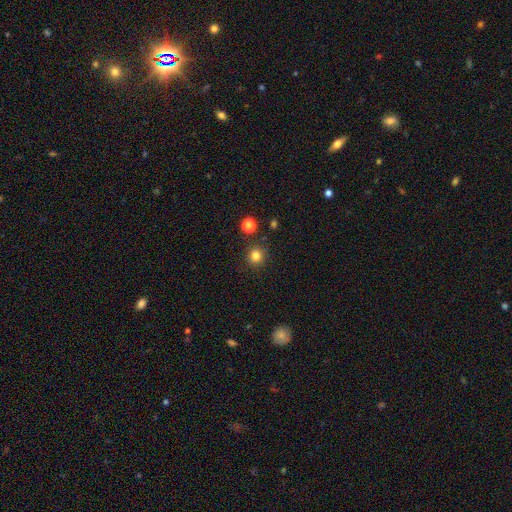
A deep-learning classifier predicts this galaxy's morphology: smooth-or-featured: smooth: 81% | star or artifact: 14% | featured or disk: 5%
  how-rounded: round: 92% | in between: 7% | cigar-shaped: 1%
  merging: none: 89% | minor disturbance: 6% | merger: 3% | major disturbance: 2%